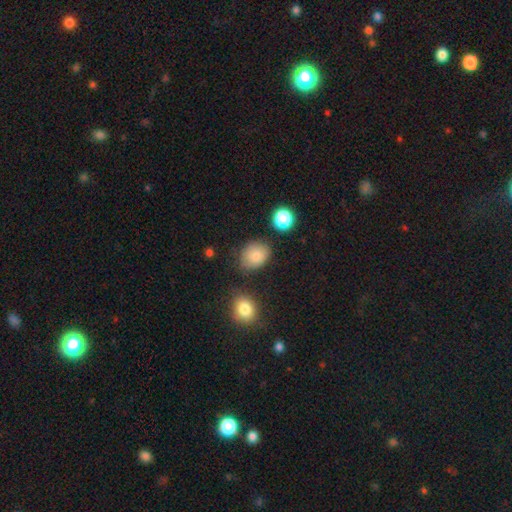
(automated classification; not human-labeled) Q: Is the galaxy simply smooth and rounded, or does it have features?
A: smooth — 83%.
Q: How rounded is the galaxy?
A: in between — 58%.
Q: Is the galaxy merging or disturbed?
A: none — 72%.